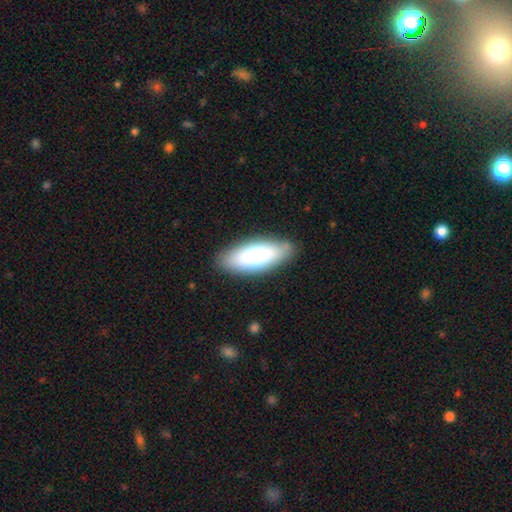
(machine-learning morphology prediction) A smooth galaxy with no disk features (73%) that is in between round and cigar-shaped (78%). Merging: none (85%).